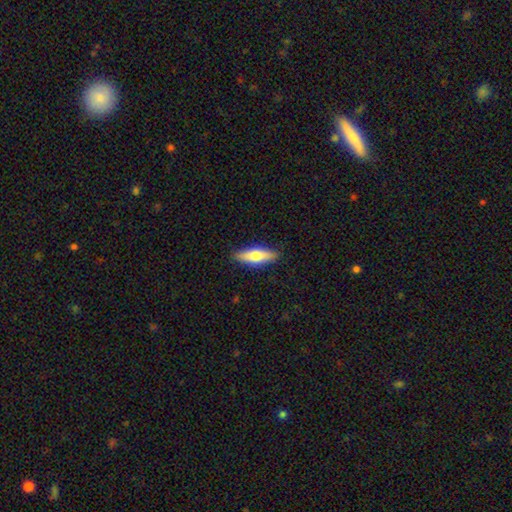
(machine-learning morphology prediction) The model was most divided on "how rounded": in between: 51%, cigar-shaped: 47%, round: 2%. More confident: merging — none (88%); smooth or featured — smooth (66%).